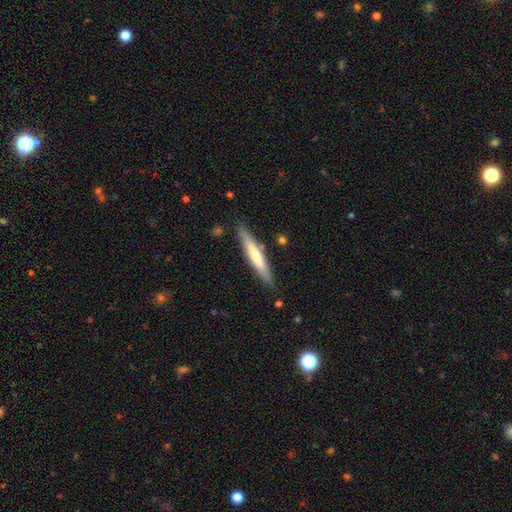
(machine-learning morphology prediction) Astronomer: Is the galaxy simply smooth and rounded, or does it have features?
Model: smooth — 57% (runner-up: featured or disk, 37%).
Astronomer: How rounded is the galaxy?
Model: cigar-shaped — 93%.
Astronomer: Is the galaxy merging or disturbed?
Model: none — 86%.